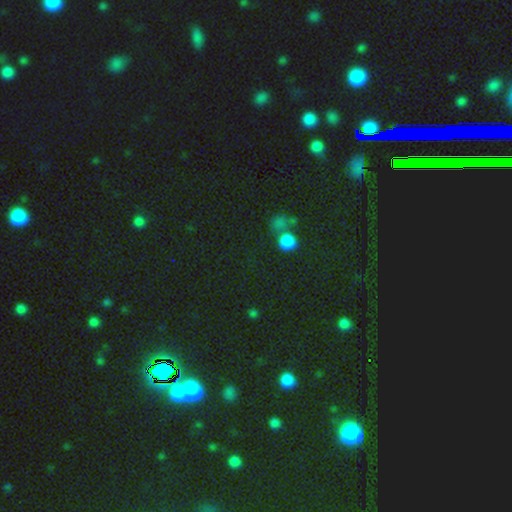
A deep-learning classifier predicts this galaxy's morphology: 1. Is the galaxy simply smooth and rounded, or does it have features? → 68% star or artifact, 24% smooth, 9% featured or disk.